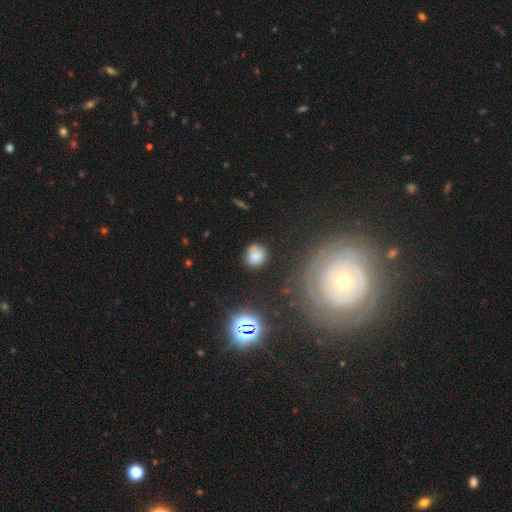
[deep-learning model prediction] smooth_or_featured: smooth (p=0.78) [alt: star or artifact p=0.13]
how_rounded: round (p=0.78) [alt: in between p=0.21]
merging: none (p=0.78) [alt: minor disturbance p=0.15]